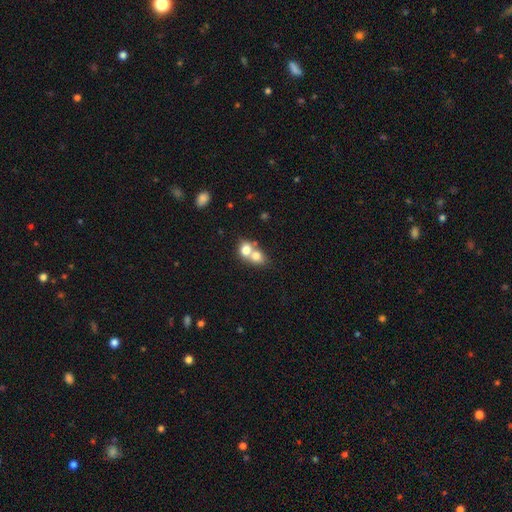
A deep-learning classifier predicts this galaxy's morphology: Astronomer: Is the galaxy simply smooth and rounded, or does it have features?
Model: smooth — 73%.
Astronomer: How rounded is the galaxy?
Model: round — 54% (runner-up: in between, 45%).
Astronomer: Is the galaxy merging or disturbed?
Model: merger — 72%.